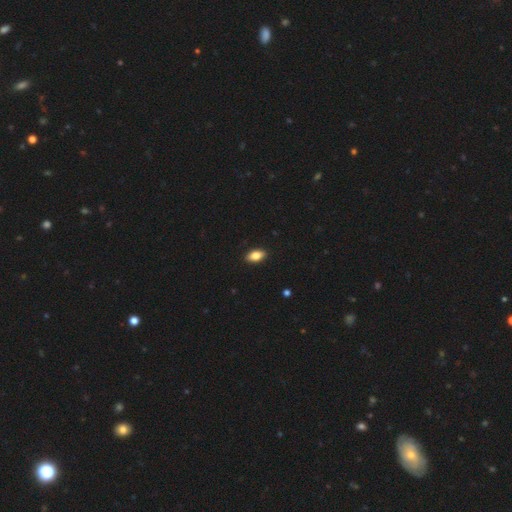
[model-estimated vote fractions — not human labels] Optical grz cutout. It shows a smooth galaxy with no disk features (83%) that is in between round and cigar-shaped (90%). Merging: none (90%).